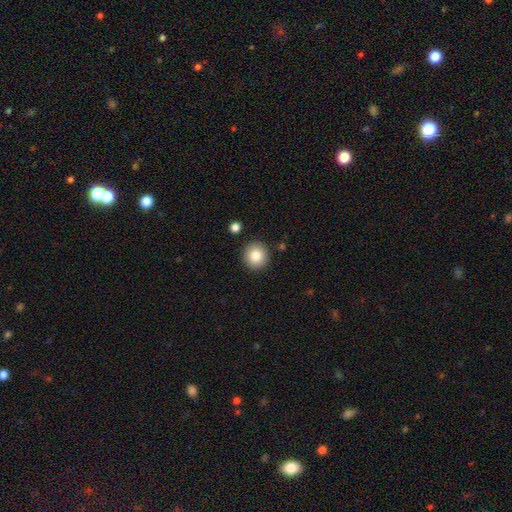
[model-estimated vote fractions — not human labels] A smooth galaxy with no disk features (84%) that is round (91%). Merging: none (89%).